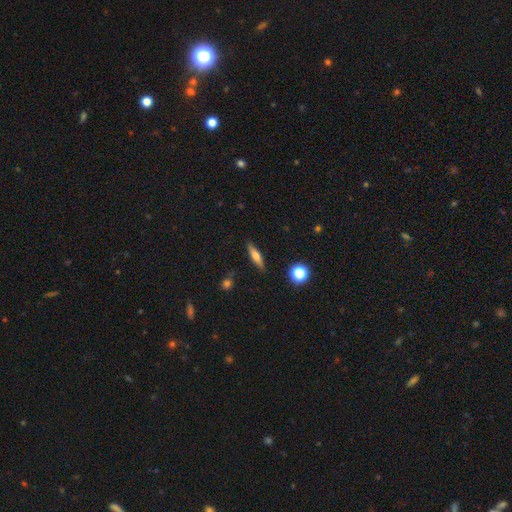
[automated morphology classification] Smooth or featured: smooth — 59% (featured or disk — 33%)
How rounded: cigar-shaped — 70% (in between — 26%)
Merging: none — 87% (minor disturbance — 9%)